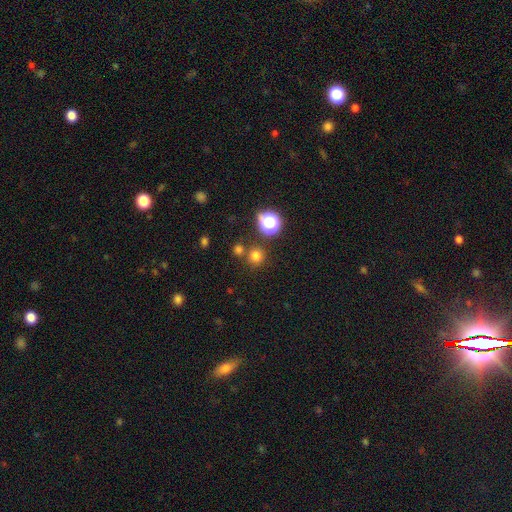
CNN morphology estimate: Smooth or featured? Predicted: smooth (p=0.72). How rounded? Predicted: round (p=0.92). Merging? Predicted: none (p=0.76).